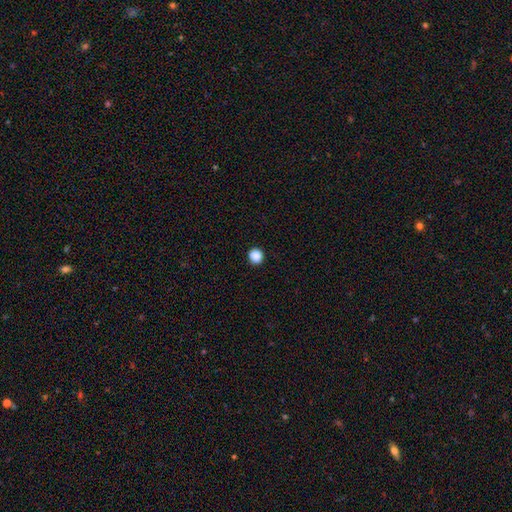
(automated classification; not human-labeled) smooth_or_featured: smooth (p=0.88) [alt: star or artifact p=0.10]
how_rounded: round (p=0.94) [alt: in between p=0.06]
merging: none (p=0.93) [alt: minor disturbance p=0.04]